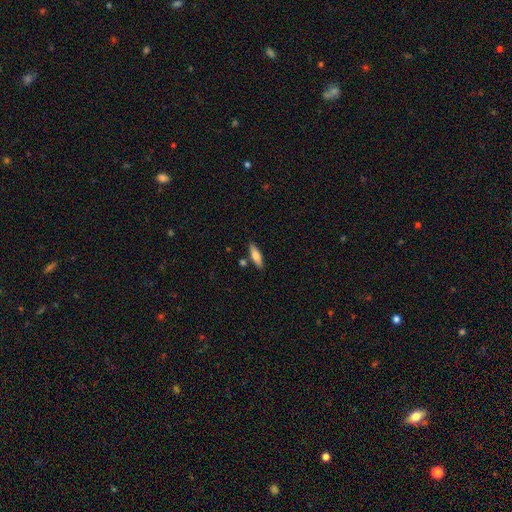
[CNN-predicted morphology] type=smooth (75%); roundness=in between (54%); merging=none (81%).